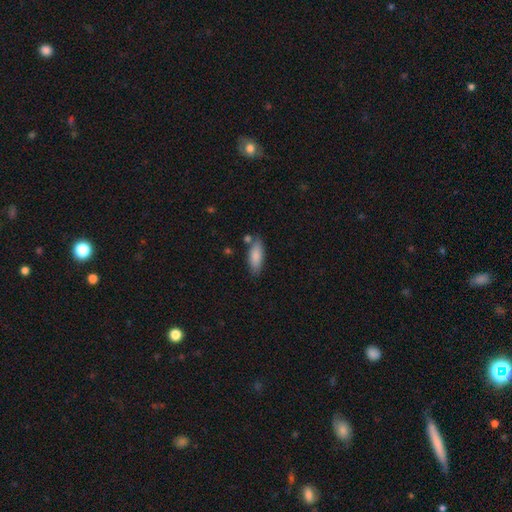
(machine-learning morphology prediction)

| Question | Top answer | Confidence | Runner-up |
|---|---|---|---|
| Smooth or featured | smooth | 85% | featured or disk (9%) |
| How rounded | in between | 69% | cigar-shaped (29%) |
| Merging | none | 71% | minor disturbance (17%) |